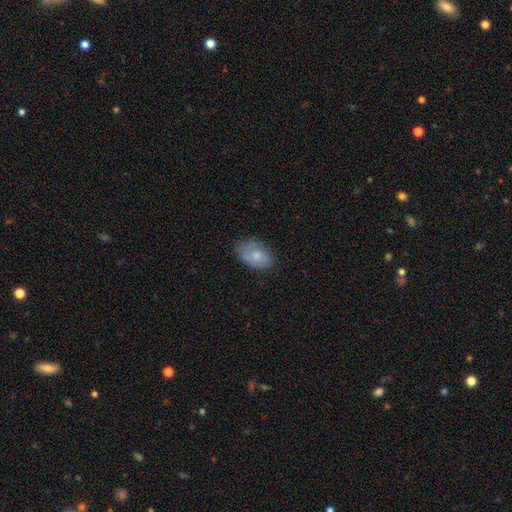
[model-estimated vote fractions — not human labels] This is likely a smooth galaxy (77%). How rounded: clearly in between (90%). Merging: likely none (68%).